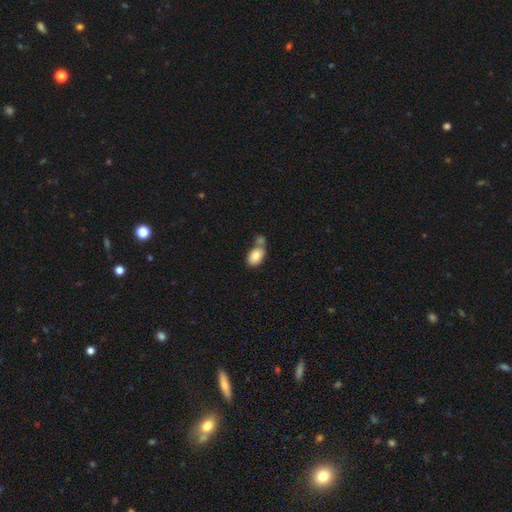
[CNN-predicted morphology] Smooth or featured?
  - smooth: 81% *
  - featured or disk: 12%
  - star or artifact: 7%
How rounded?
  - in between: 88% *
  - round: 10%
  - cigar-shaped: 1%
Merging?
  - none: 42% *
  - merger: 40%
  - minor disturbance: 14%
  - major disturbance: 5%